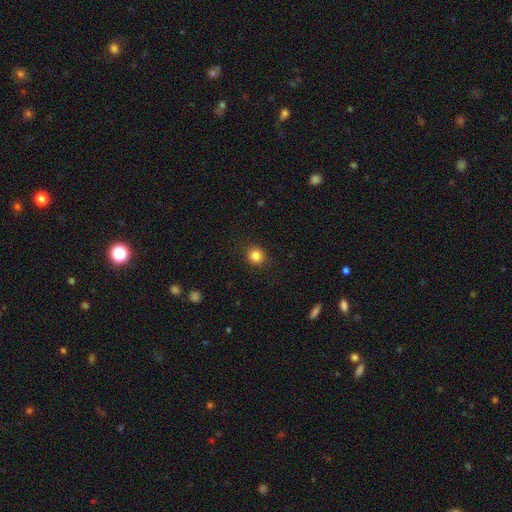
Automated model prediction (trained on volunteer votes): smooth 84%, star or artifact 11%, featured or disk 5%. Down the decision tree: how rounded — round (85%); merging — none (91%).